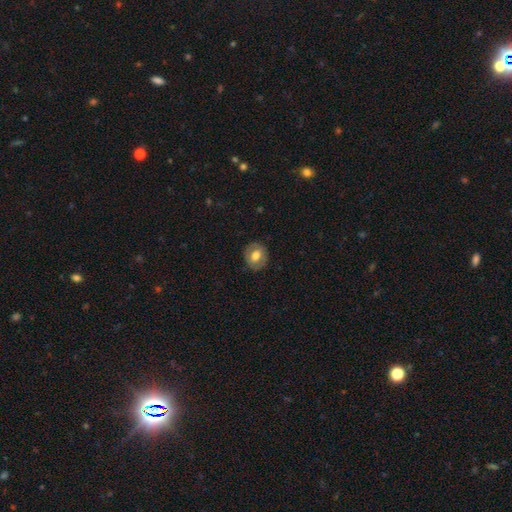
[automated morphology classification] Smooth or featured?
  - smooth: 59% *
  - featured or disk: 33%
  - star or artifact: 7%
How rounded?
  - round: 64% *
  - in between: 35%
  - cigar-shaped: 1%
Merging?
  - none: 84% *
  - minor disturbance: 11%
  - major disturbance: 3%
  - merger: 1%